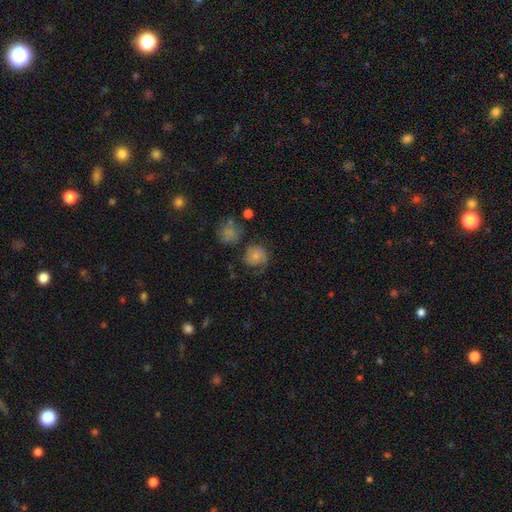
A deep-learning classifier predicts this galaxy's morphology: A smooth galaxy with no disk features (65%) that is round (79%). Merging: none (52%).